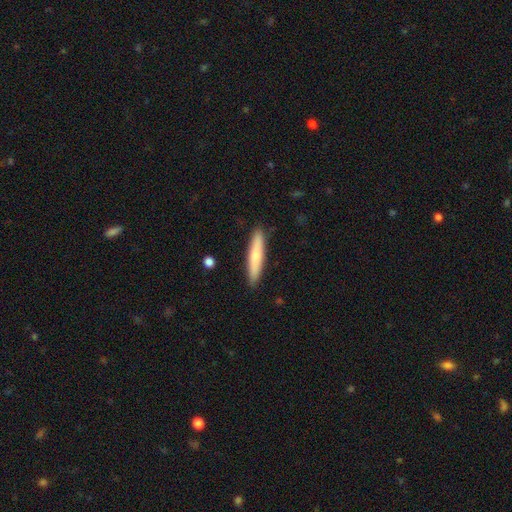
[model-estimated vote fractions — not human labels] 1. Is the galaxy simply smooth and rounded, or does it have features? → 70% smooth, 24% featured or disk, 5% star or artifact.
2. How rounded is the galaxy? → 90% cigar-shaped, 9% in between, 1% round.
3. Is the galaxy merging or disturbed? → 90% none, 7% minor disturbance, 1% major disturbance, 1% merger.